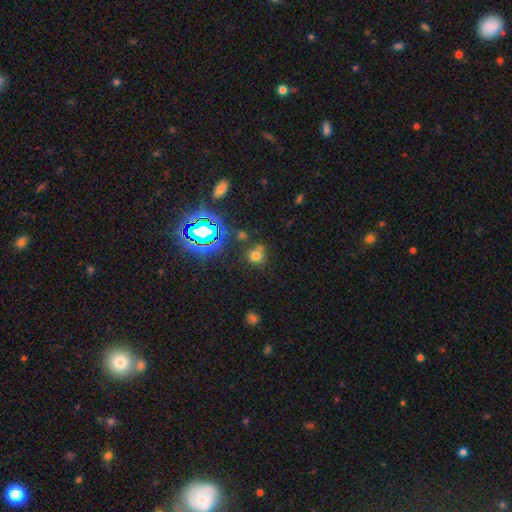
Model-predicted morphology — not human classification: Smooth or featured? Predicted: smooth (p=0.63). How rounded? Predicted: round (p=0.85). Merging? Predicted: none (p=0.66).